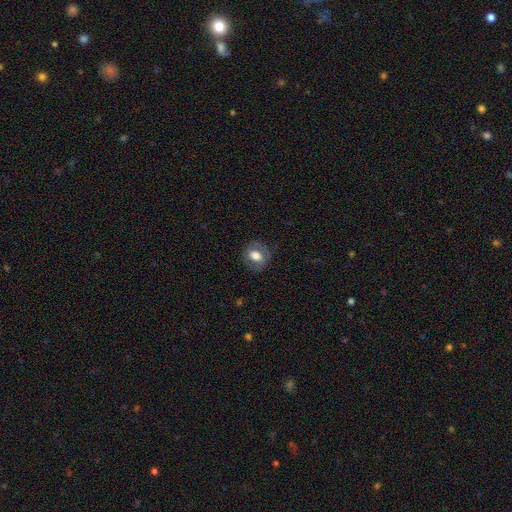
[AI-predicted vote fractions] This appears to be a smooth galaxy with no disk features (66%) that is round (53%). Merging: none (79%).